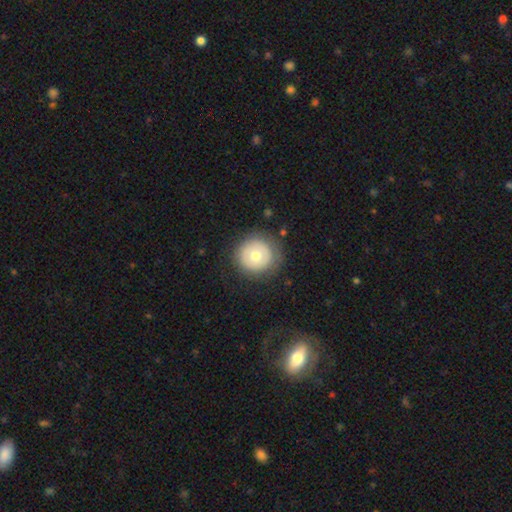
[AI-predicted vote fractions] This is possibly a smooth galaxy (59%). How rounded: clearly round (94%). Merging: clearly none (80%).